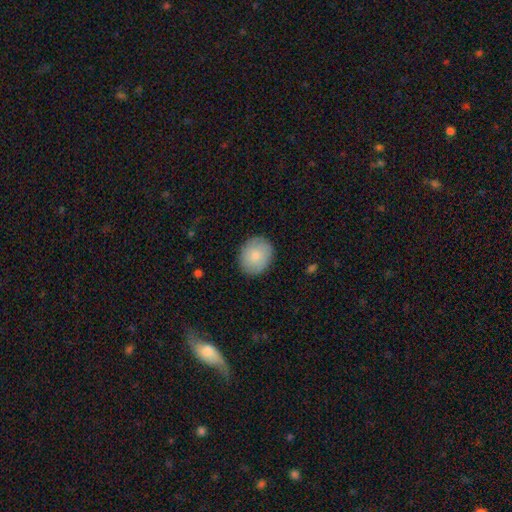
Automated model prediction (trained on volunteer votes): smooth-or-featured: smooth: 79% | featured or disk: 15% | star or artifact: 6%
  how-rounded: round: 62% | in between: 37% | cigar-shaped: 1%
  merging: none: 86% | minor disturbance: 10% | major disturbance: 2% | merger: 1%